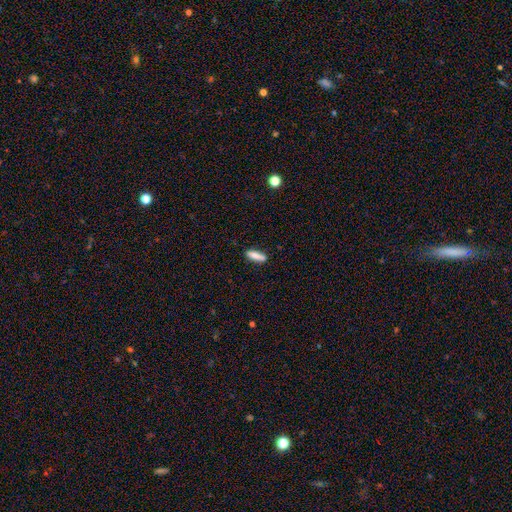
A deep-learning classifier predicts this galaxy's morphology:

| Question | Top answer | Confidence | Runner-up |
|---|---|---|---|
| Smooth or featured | smooth | 82% | featured or disk (11%) |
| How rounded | cigar-shaped | 58% | in between (40%) |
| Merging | none | 82% | minor disturbance (13%) |